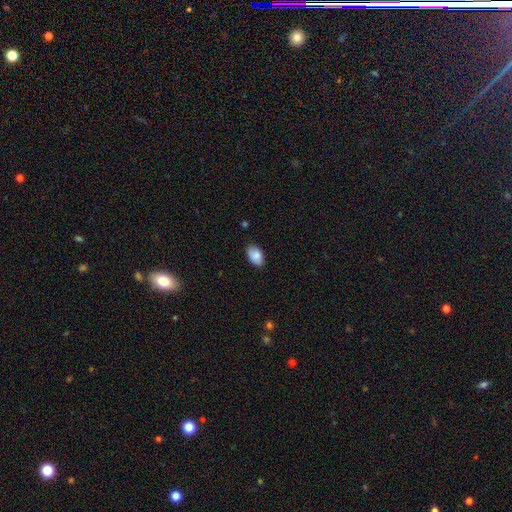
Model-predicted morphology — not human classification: The model was most divided on "merging": none: 84%, minor disturbance: 13%, major disturbance: 2%, merger: 1%. More confident: how rounded — in between (93%); smooth or featured — smooth (85%).